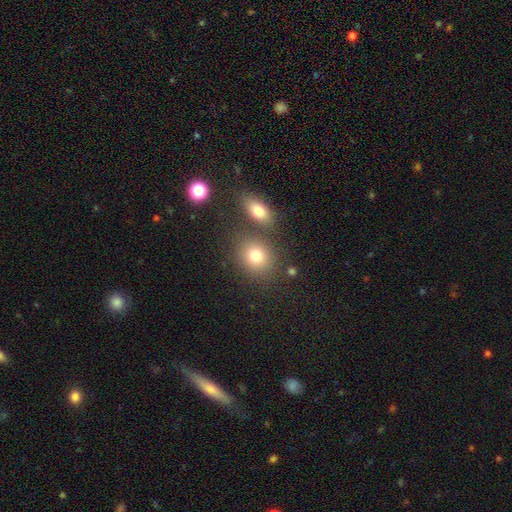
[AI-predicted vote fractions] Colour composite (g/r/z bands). It shows a smooth galaxy with no disk features (79%) that is round (65%). Merging: none (71%).